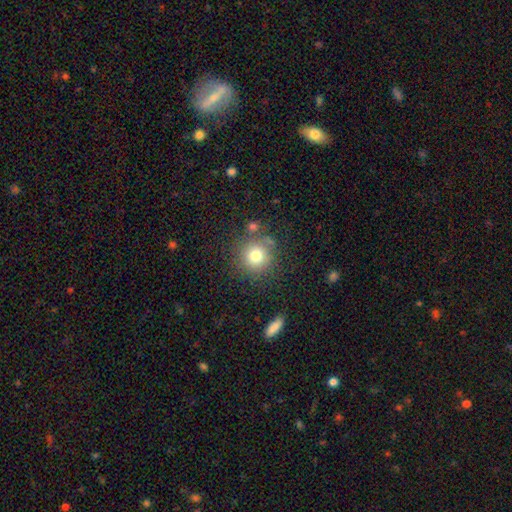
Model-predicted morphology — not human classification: This is likely a smooth galaxy (77%). How rounded: clearly round (93%). Merging: likely none (79%).